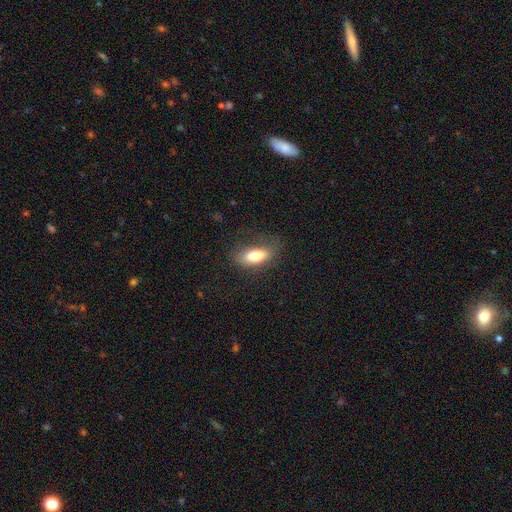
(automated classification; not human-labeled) smooth_or_featured: smooth (p=0.75) [alt: featured or disk p=0.17]
how_rounded: in between (p=0.76) [alt: cigar-shaped p=0.20]
merging: none (p=0.67) [alt: minor disturbance p=0.20]